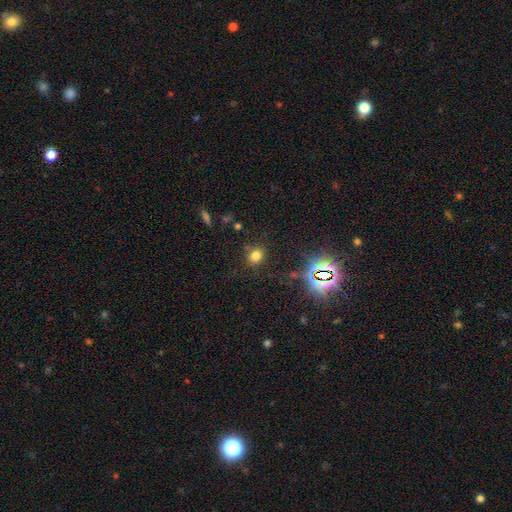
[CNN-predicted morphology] A smooth galaxy with no disk features (71%) that is round (59%). Merging: none (79%).